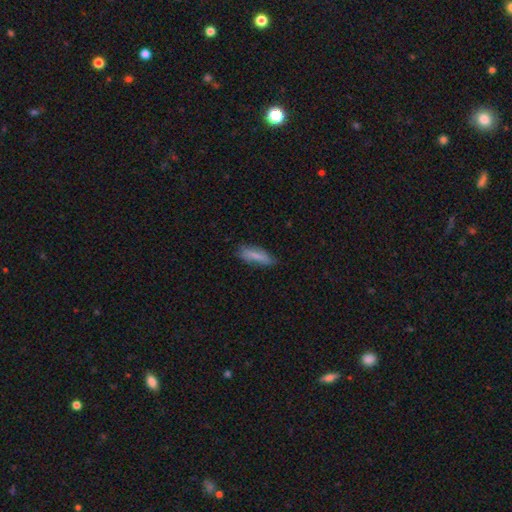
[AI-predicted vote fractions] Smooth or featured: smooth — 75% (featured or disk — 18%)
How rounded: cigar-shaped — 52% (in between — 46%)
Merging: none — 66% (minor disturbance — 26%)